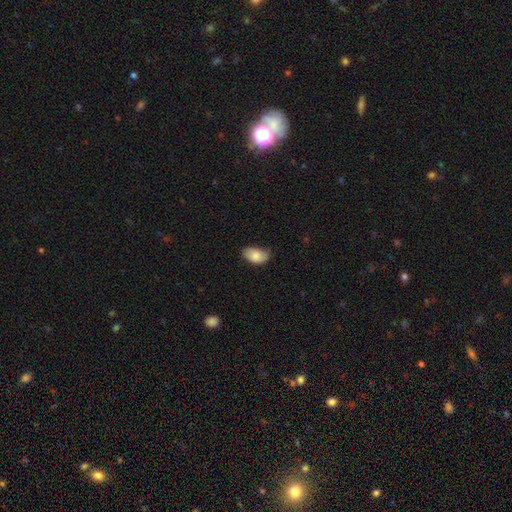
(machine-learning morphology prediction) Smooth or featured? Predicted: smooth (p=0.84). How rounded? Predicted: in between (p=0.93). Merging? Predicted: none (p=0.64).